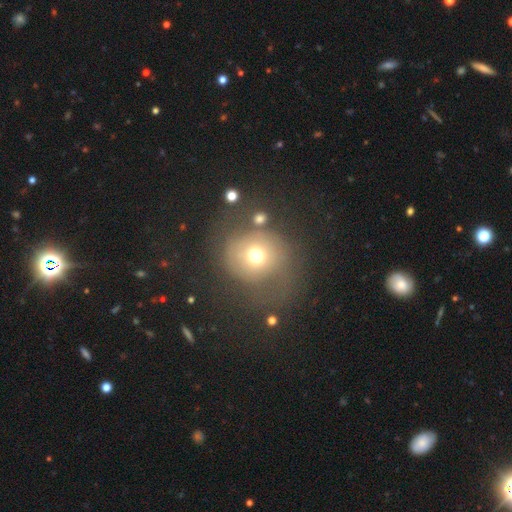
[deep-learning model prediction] Overall: smooth (63%). How rounded: round (84%). Merging: none (49%; major disturbance 27%).